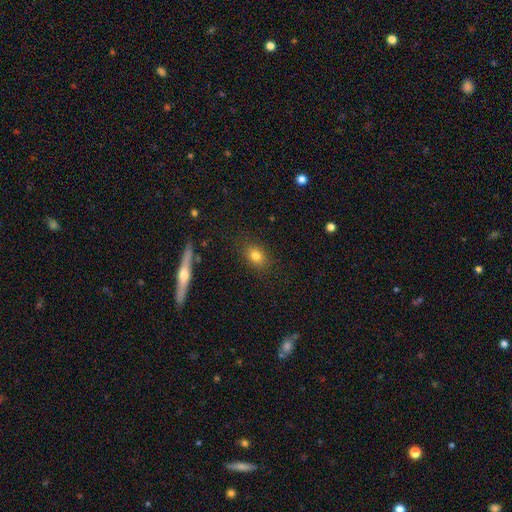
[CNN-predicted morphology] Smooth or featured?
  - smooth: 79% *
  - star or artifact: 11%
  - featured or disk: 10%
How rounded?
  - in between: 65% *
  - round: 33%
  - cigar-shaped: 3%
Merging?
  - none: 85% *
  - minor disturbance: 10%
  - major disturbance: 3%
  - merger: 2%